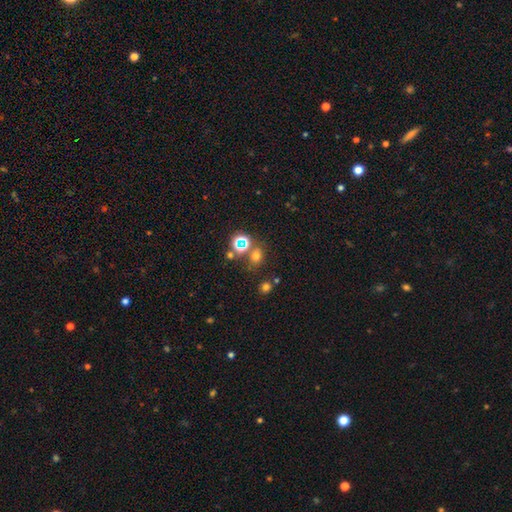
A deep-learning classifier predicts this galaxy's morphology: Q: Smooth or featured?
A: smooth (58%); runner-up: star or artifact (34%)
Q: How rounded?
A: round (66%); runner-up: in between (33%)
Q: Merging?
A: none (71%); runner-up: merger (15%)